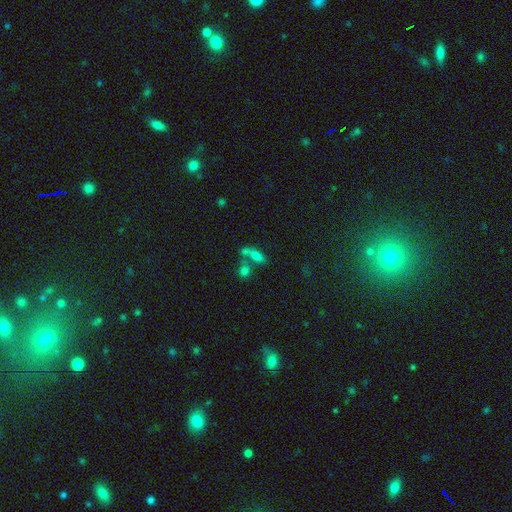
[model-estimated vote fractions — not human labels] Q: Smooth or featured?
A: smooth (67%); runner-up: featured or disk (18%)
Q: How rounded?
A: in between (71%); runner-up: cigar-shaped (19%)
Q: Merging?
A: merger (45%); runner-up: none (36%)